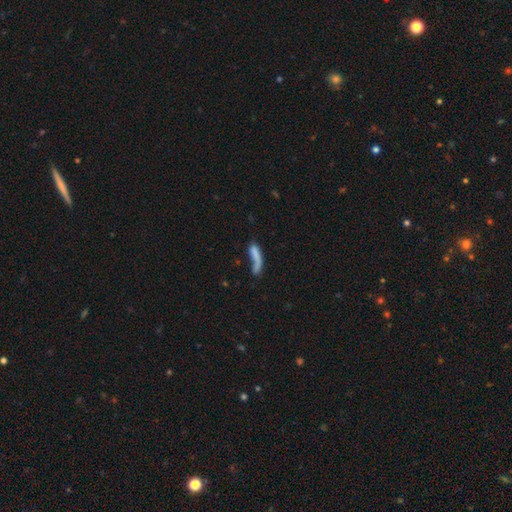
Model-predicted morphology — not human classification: Smooth or featured? smooth (67%)
How rounded? cigar-shaped (66%)
Merging? none (34%)